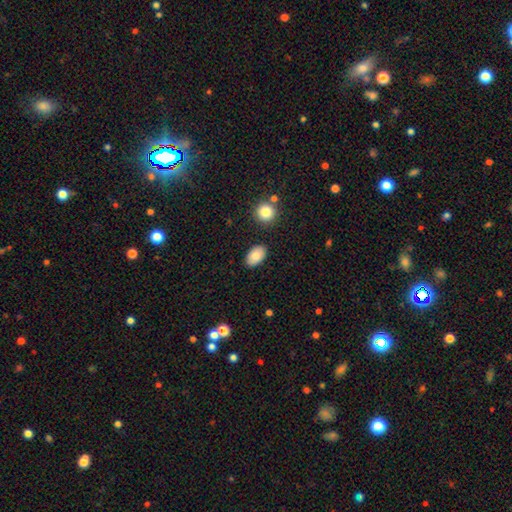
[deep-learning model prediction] smooth 85%, featured or disk 8%, star or artifact 7%. Down the decision tree: how rounded — in between (92%); merging — none (86%).